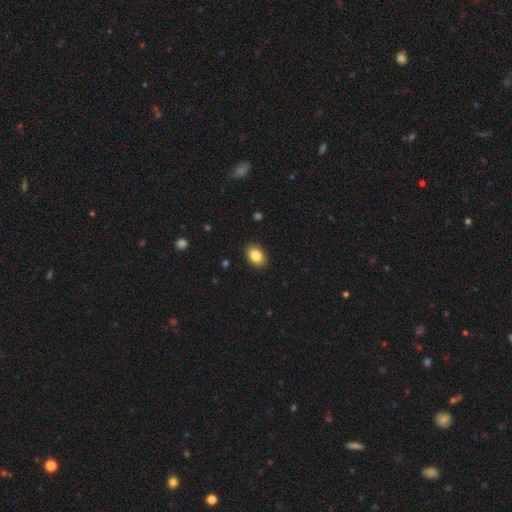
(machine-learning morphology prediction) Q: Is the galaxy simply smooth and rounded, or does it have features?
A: smooth — 85%.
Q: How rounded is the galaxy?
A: in between — 81%.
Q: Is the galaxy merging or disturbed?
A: none — 90%.